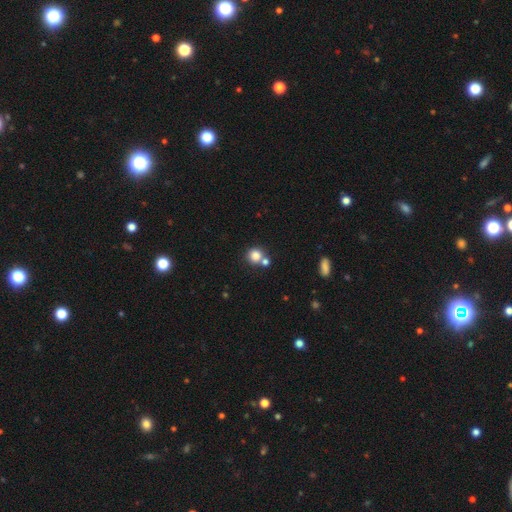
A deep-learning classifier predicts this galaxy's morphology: Smooth or featured?
  - smooth: 82% *
  - star or artifact: 11%
  - featured or disk: 7%
How rounded?
  - round: 88% *
  - in between: 11%
  - cigar-shaped: 1%
Merging?
  - none: 59% *
  - merger: 29%
  - minor disturbance: 8%
  - major disturbance: 3%